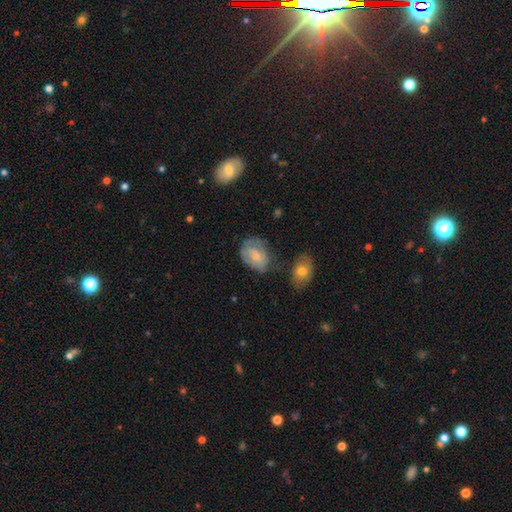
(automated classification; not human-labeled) Smooth or featured? Predicted: smooth (p=0.57). How rounded? Predicted: in between (p=0.77). Merging? Predicted: none (p=0.50).